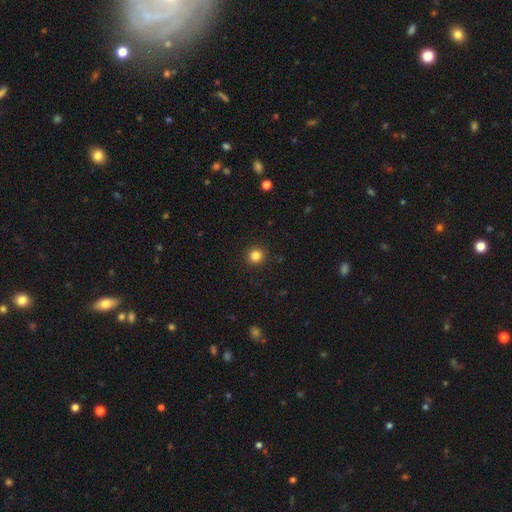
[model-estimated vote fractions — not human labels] Overall: smooth (83%). How rounded: round (94%). Merging: none (92%).